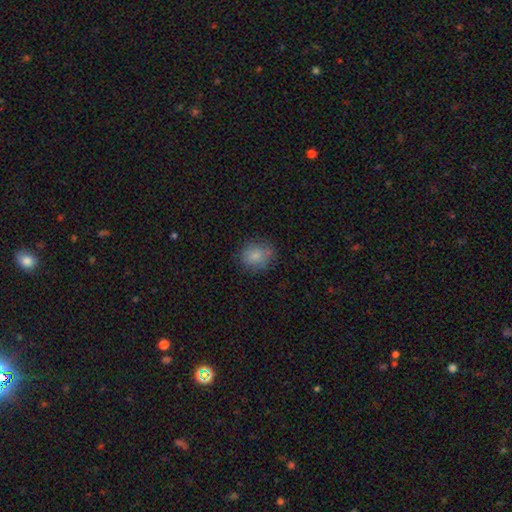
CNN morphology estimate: Q: Smooth or featured?
A: smooth (83%); runner-up: star or artifact (10%)
Q: How rounded?
A: round (72%); runner-up: in between (27%)
Q: Merging?
A: none (77%); runner-up: minor disturbance (16%)